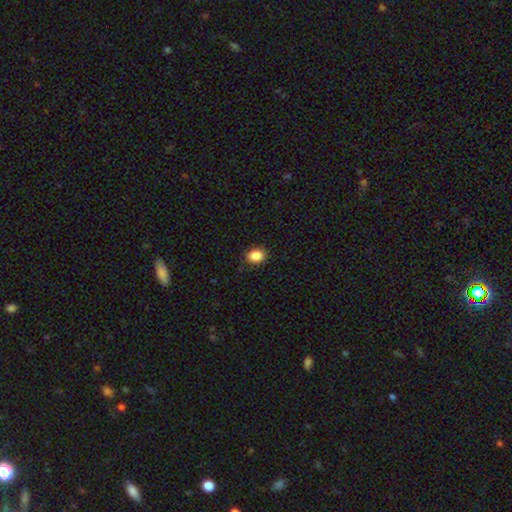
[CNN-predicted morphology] type=smooth (88%); roundness=in between (61%); merging=none (87%).